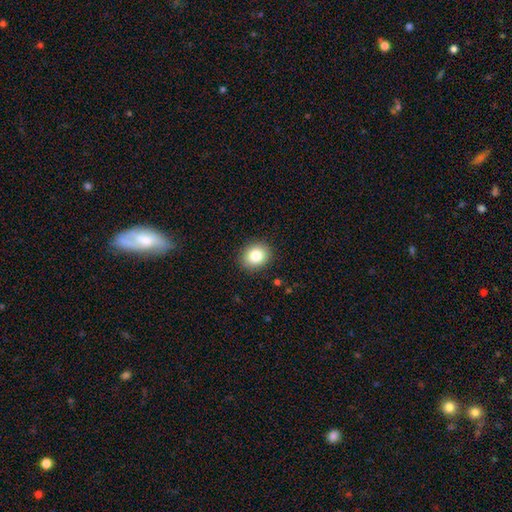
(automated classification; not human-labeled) Q: Smooth or featured?
A: smooth (83%); runner-up: star or artifact (9%)
Q: How rounded?
A: round (64%); runner-up: in between (35%)
Q: Merging?
A: none (90%); runner-up: minor disturbance (7%)